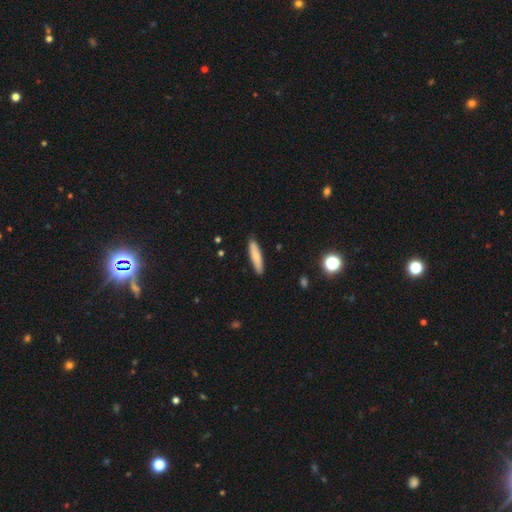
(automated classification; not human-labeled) Q: Smooth or featured?
A: smooth (76%); runner-up: featured or disk (18%)
Q: How rounded?
A: cigar-shaped (83%); runner-up: in between (16%)
Q: Merging?
A: none (89%); runner-up: minor disturbance (8%)